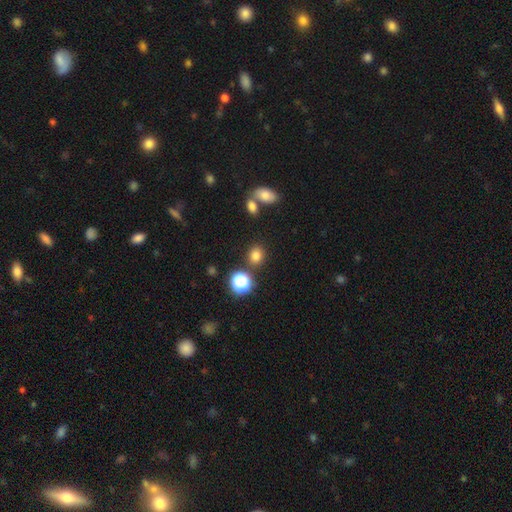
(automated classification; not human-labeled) Q: Smooth or featured?
A: smooth (78%); runner-up: star or artifact (16%)
Q: How rounded?
A: round (73%); runner-up: in between (26%)
Q: Merging?
A: none (82%); runner-up: minor disturbance (8%)